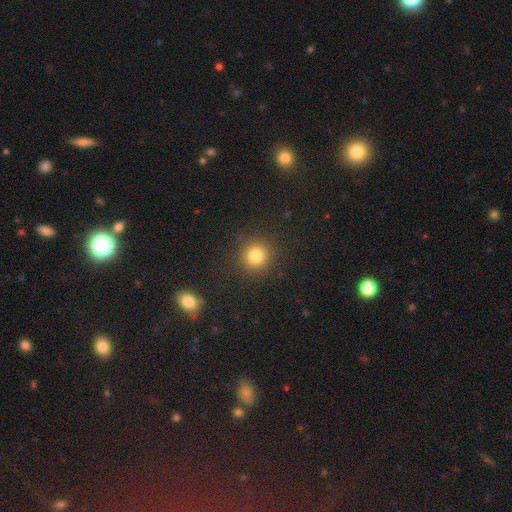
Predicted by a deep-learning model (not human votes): A smooth galaxy with no disk features (80%) that is round (93%).

Vote fractions:
- Smooth or featured? smooth: 80% / star or artifact: 13% / featured or disk: 7%
- How rounded? round: 93% / in between: 6% / cigar-shaped: 1%
- Merging? none: 90% / minor disturbance: 6% / major disturbance: 2% / merger: 1%